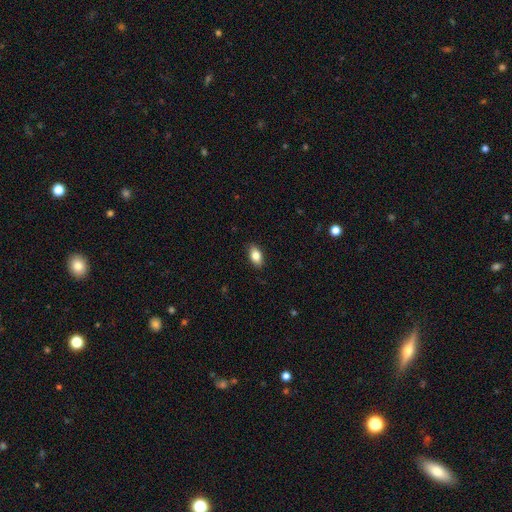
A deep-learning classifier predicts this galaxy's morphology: This is clearly a smooth galaxy (83%). How rounded: clearly in between (90%). Merging: clearly none (88%).